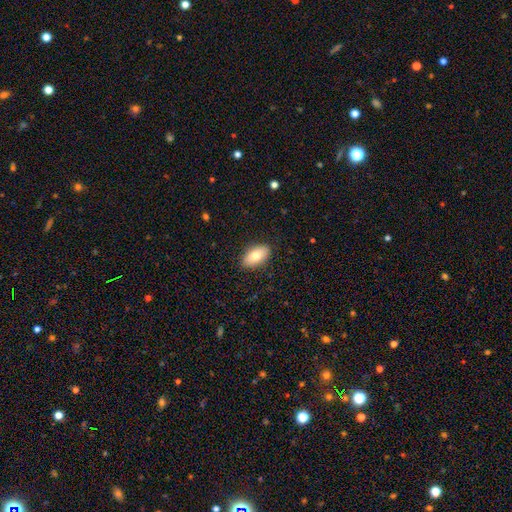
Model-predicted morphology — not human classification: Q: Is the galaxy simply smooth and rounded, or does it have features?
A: smooth — 77%.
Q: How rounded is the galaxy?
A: in between — 92%.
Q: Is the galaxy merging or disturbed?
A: none — 88%.